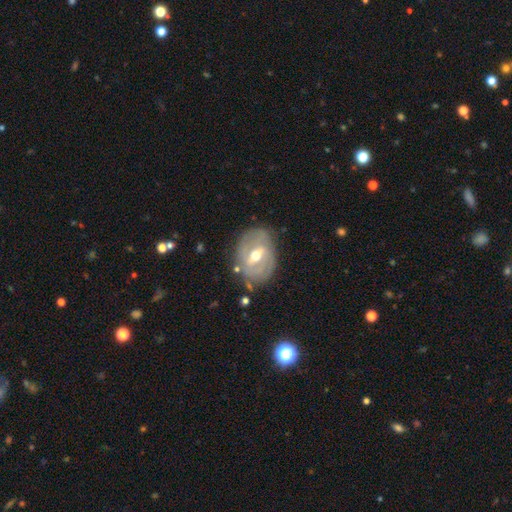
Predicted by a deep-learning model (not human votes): smooth_or_featured: featured or disk (p=0.77) [alt: smooth p=0.16]
disk_edge_on: no (p=0.94) [alt: yes p=0.06]
bar: weak (p=0.47) [alt: strong p=0.37]
has_spiral_arms: yes (p=0.74) [alt: no p=0.26]
spiral_winding: tight (p=0.54) [alt: medium p=0.32]
spiral_arm_count: 2 (p=0.52) [alt: can't tell p=0.30]
bulge_size: moderate (p=0.72) [alt: small p=0.22]
merging: none (p=0.72) [alt: minor disturbance p=0.19]